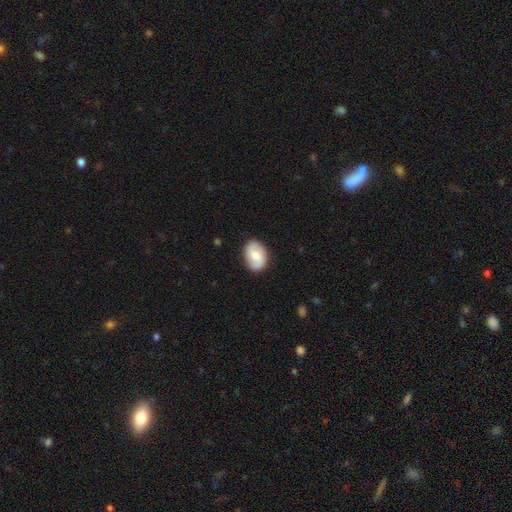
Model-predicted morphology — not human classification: smooth_or_featured: smooth (p=0.57) [alt: featured or disk p=0.37]
how_rounded: in between (p=0.80) [alt: round p=0.18]
merging: none (p=0.85) [alt: minor disturbance p=0.11]